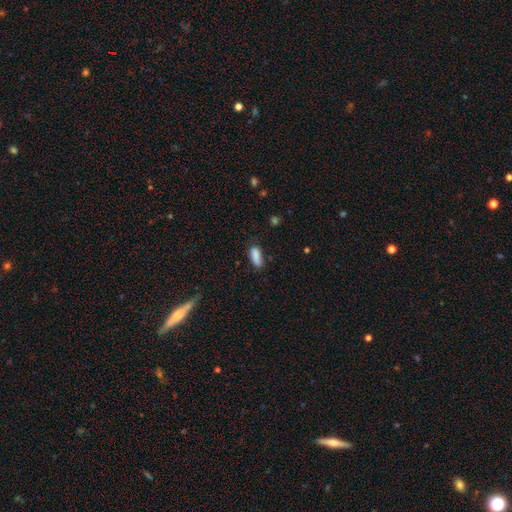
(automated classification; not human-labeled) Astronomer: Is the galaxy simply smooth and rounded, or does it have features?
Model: smooth — 85%.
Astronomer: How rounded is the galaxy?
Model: in between — 76%.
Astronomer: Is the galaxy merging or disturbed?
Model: none — 62%.